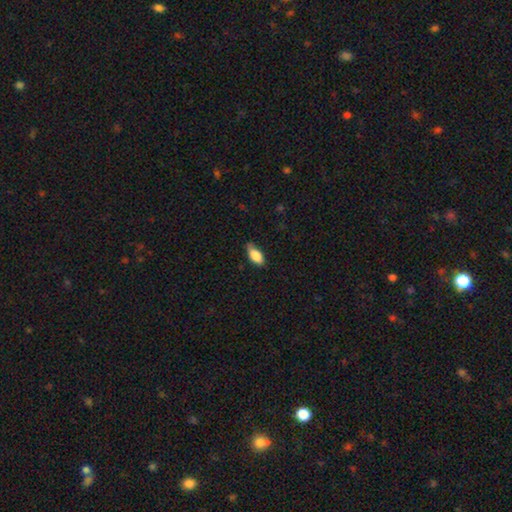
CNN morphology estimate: Smooth or featured: smooth — 83% (featured or disk — 10%)
How rounded: in between — 87% (cigar-shaped — 10%)
Merging: none — 63% (minor disturbance — 30%)